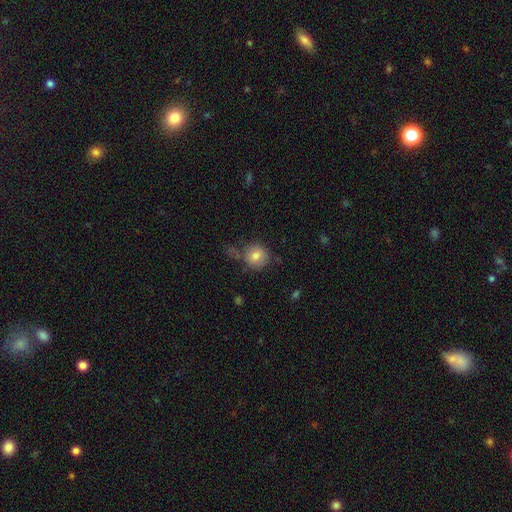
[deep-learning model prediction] Q: Smooth or featured?
A: smooth (79%); runner-up: featured or disk (11%)
Q: How rounded?
A: round (86%); runner-up: in between (13%)
Q: Merging?
A: none (68%); runner-up: minor disturbance (17%)